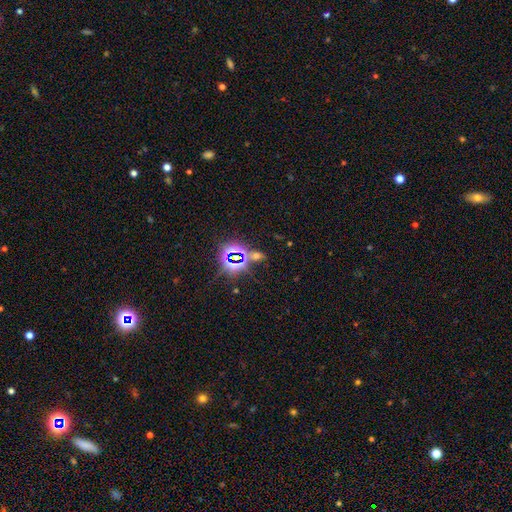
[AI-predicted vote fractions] Smooth or featured? star or artifact (64%)